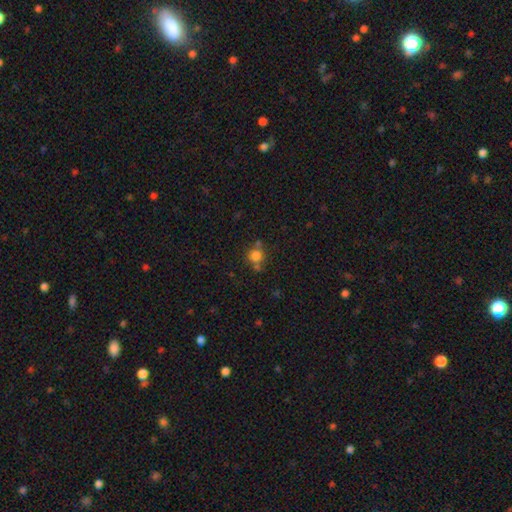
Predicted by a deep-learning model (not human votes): This is likely a smooth galaxy (76%). How rounded: clearly round (88%). Merging: likely none (60%).